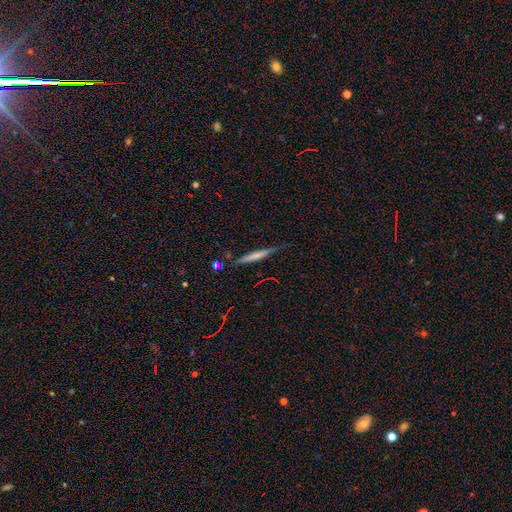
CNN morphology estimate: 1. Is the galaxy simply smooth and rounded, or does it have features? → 49% smooth, 45% featured or disk, 7% star or artifact.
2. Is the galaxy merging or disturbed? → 78% none, 16% minor disturbance, 3% major disturbance, 3% merger.